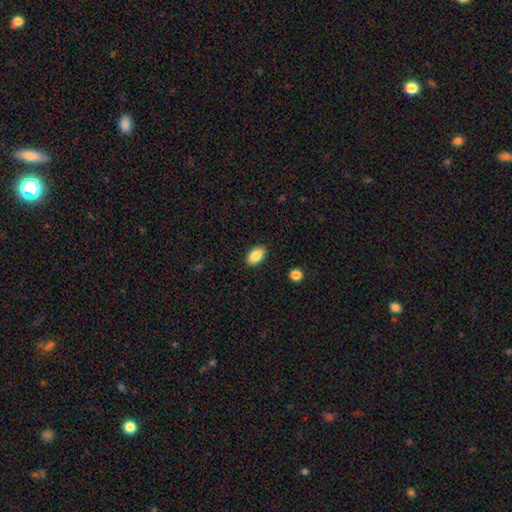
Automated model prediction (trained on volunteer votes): Smooth or featured: smooth — 87% (star or artifact — 7%)
How rounded: in between — 94% (round — 4%)
Merging: none — 89% (minor disturbance — 8%)